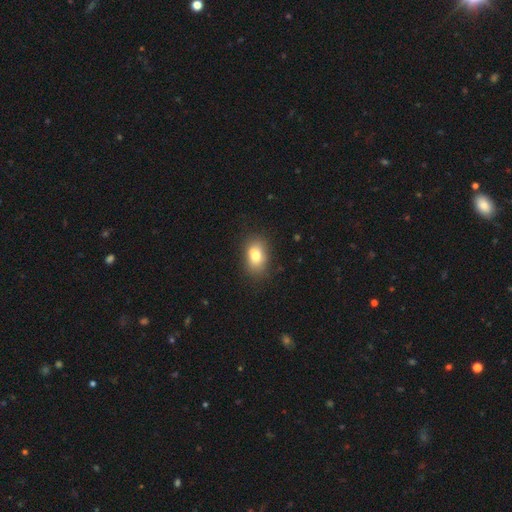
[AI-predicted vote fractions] This appears to be a smooth galaxy with no disk features (76%) that is in between round and cigar-shaped (77%). Merging: none (71%).